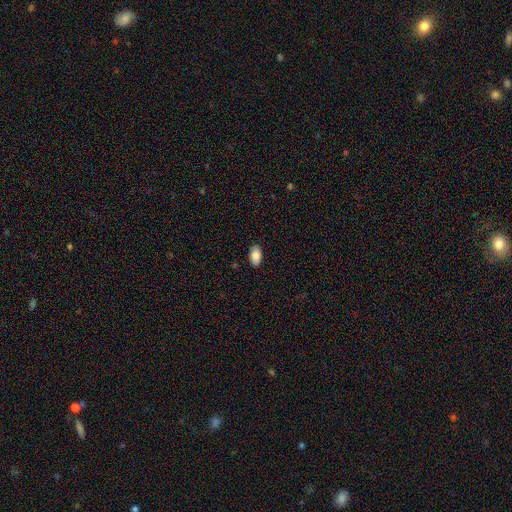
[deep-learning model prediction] Smooth or featured? smooth (86%)
How rounded? in between (94%)
Merging? none (87%)